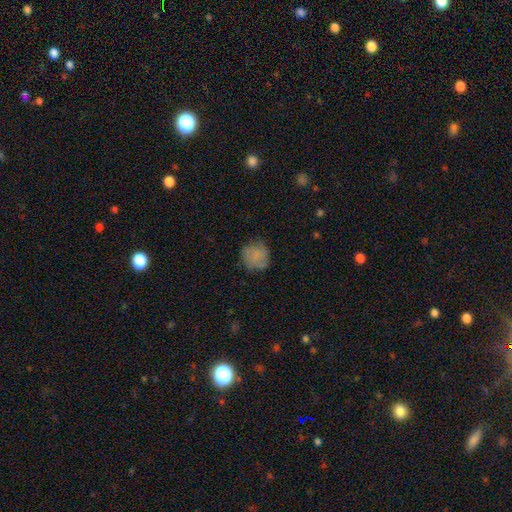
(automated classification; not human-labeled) Smooth or featured? Predicted: smooth (p=0.69). How rounded? Predicted: round (p=0.83). Merging? Predicted: none (p=0.67).